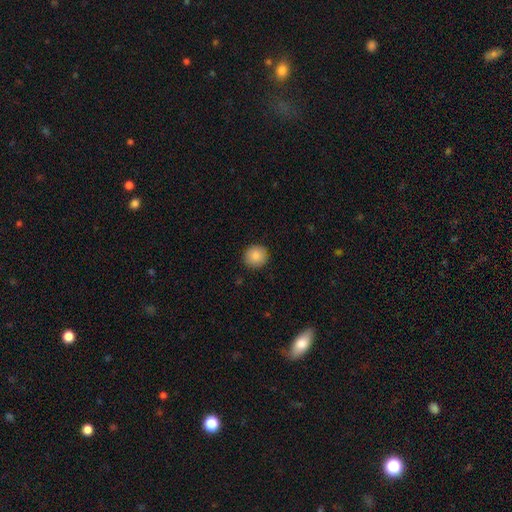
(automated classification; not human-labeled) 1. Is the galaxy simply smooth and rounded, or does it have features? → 87% smooth, 8% star or artifact, 5% featured or disk.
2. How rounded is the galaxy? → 90% round, 9% in between, 1% cigar-shaped.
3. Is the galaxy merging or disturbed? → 90% none, 7% minor disturbance, 2% major disturbance, 1% merger.